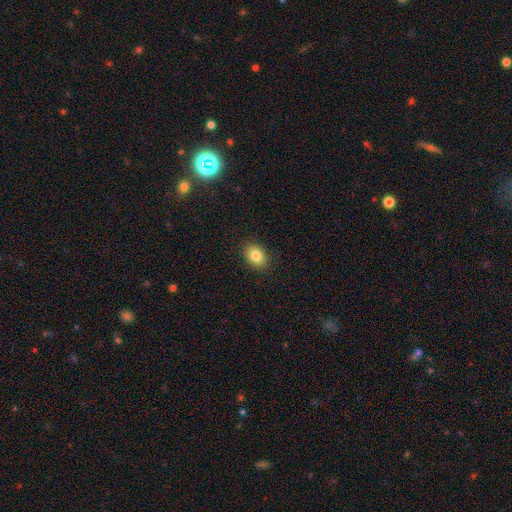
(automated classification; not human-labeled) Smooth or featured? smooth (84%)
How rounded? in between (68%)
Merging? none (89%)